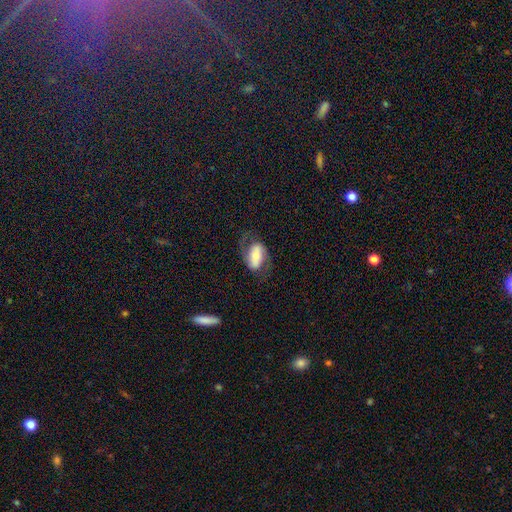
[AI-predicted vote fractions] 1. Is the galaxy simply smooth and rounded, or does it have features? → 64% featured or disk, 29% smooth, 7% star or artifact.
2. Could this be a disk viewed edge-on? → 95% no, 5% yes.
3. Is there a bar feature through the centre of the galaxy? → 40% strong, 30% no, 30% weak.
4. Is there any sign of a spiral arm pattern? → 86% yes, 14% no.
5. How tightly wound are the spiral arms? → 44% medium, 39% loose, 16% tight.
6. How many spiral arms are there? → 87% 2, 5% can't tell, 5% 1, 1% 3, 1% 4, 1% more than 4.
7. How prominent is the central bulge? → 43% moderate, 35% small, 14% large, 4% dominant, 4% none.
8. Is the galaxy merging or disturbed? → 64% none, 18% minor disturbance, 17% major disturbance, 2% merger.